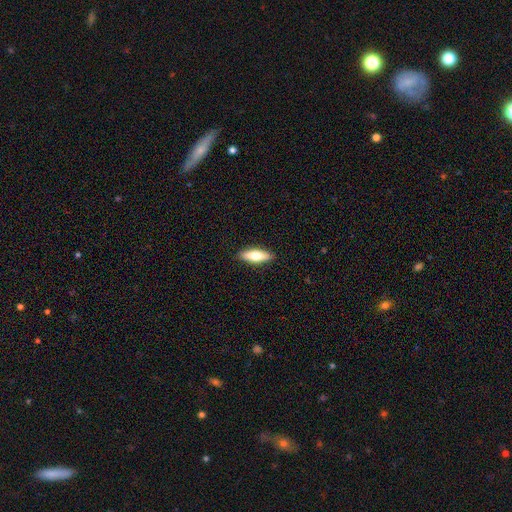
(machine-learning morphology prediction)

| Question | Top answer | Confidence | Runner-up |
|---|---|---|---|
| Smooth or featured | smooth | 64% | featured or disk (31%) |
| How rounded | in between | 55% | cigar-shaped (43%) |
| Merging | none | 90% | minor disturbance (8%) |